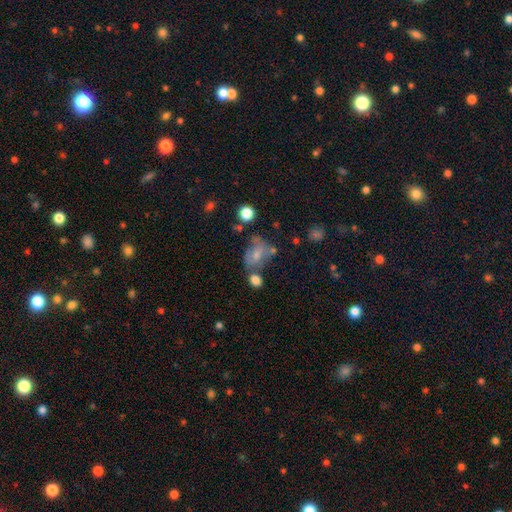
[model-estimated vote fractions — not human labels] Smooth or featured? smooth (46%)
Merging? none (39%)